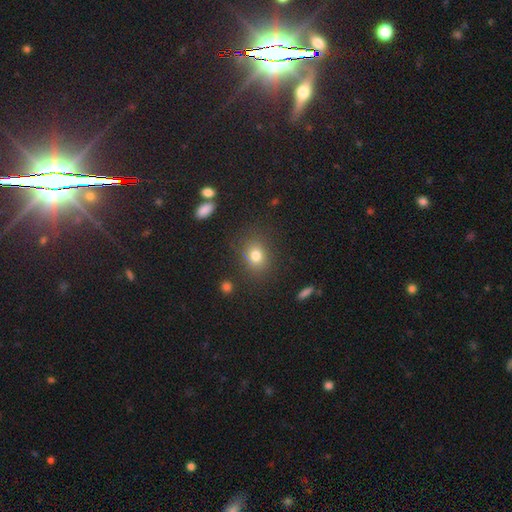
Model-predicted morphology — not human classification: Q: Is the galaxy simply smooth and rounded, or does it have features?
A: smooth — 78%.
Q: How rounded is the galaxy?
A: round — 53%.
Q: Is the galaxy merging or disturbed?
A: none — 81%.